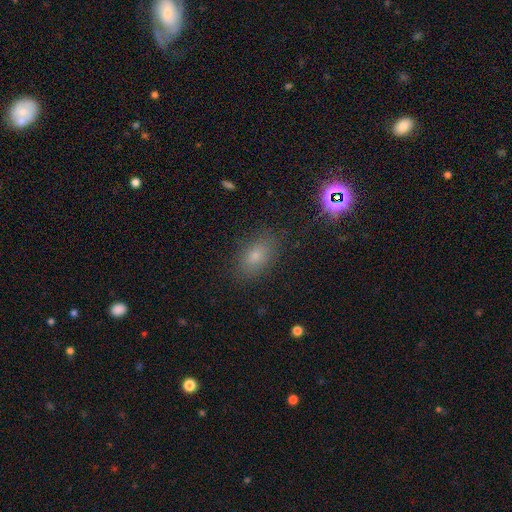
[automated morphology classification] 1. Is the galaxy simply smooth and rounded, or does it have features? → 71% smooth, 18% star or artifact, 11% featured or disk.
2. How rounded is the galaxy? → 85% in between, 12% round, 3% cigar-shaped.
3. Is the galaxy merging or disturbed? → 84% none, 11% minor disturbance, 4% major disturbance, 1% merger.